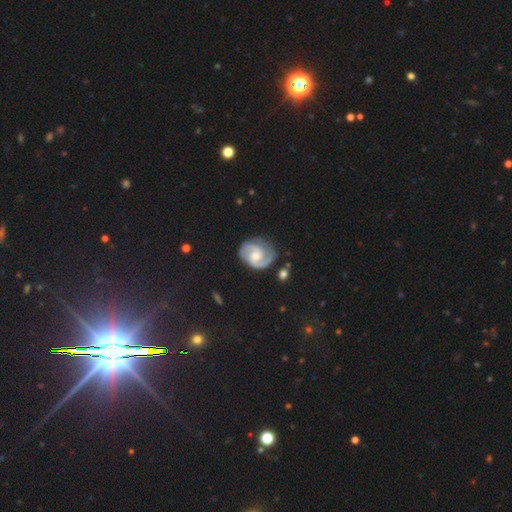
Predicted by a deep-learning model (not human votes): Smooth or featured? Predicted: featured or disk (p=0.89). Edge-on disk? Predicted: no (p=0.98). Bar? Predicted: no (p=0.52). Spiral arms? Predicted: yes (p=0.98). Spiral winding? Predicted: medium (p=0.51). Spiral arm count? Predicted: 2 (p=0.90). Bulge size? Predicted: moderate (p=0.56). Merging? Predicted: none (p=0.77).